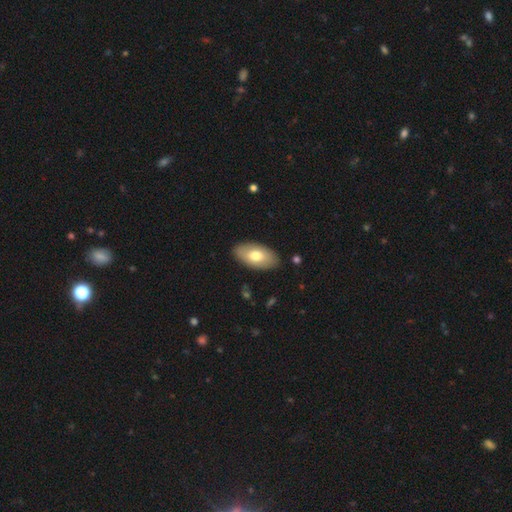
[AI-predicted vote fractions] Q: Smooth or featured?
A: smooth (71%); runner-up: featured or disk (24%)
Q: How rounded?
A: in between (94%); runner-up: round (3%)
Q: Merging?
A: none (87%); runner-up: minor disturbance (10%)